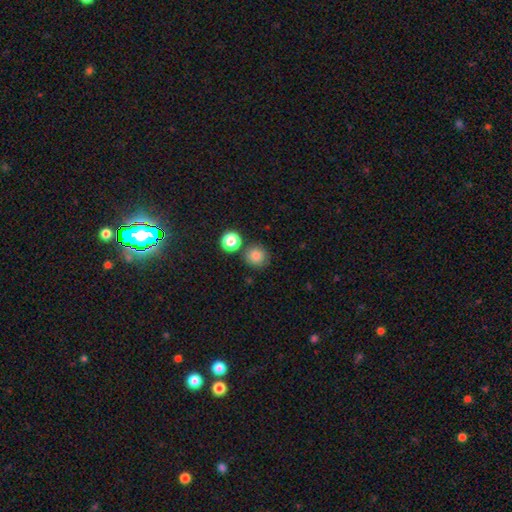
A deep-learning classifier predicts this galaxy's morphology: Overall: smooth (83%). How rounded: round (93%). Merging: none (79%).